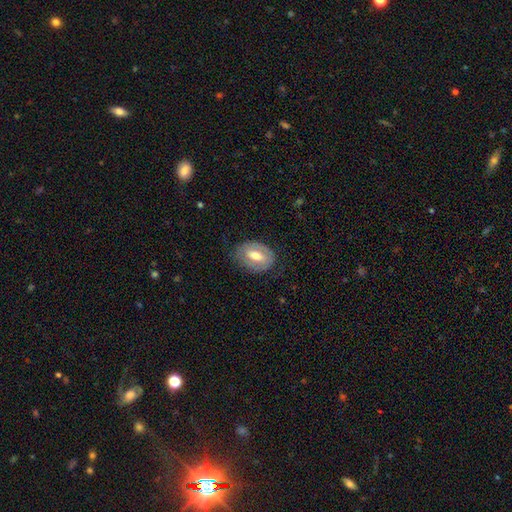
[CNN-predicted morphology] Smooth or featured? Predicted: smooth (p=0.52). How rounded? Predicted: in between (p=0.82). Merging? Predicted: none (p=0.73).